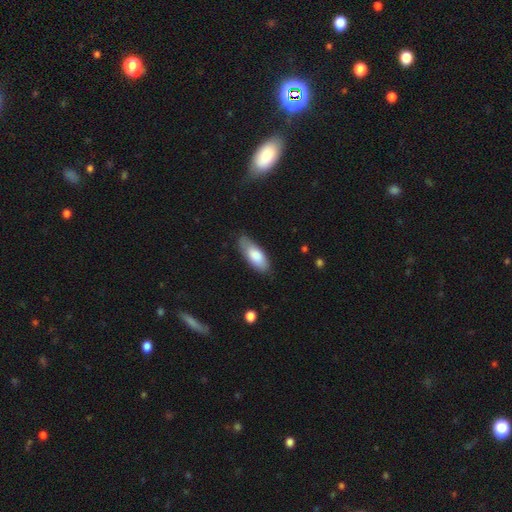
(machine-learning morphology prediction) Overall: smooth (80%). How rounded: in between (78%). Merging: none (75%).